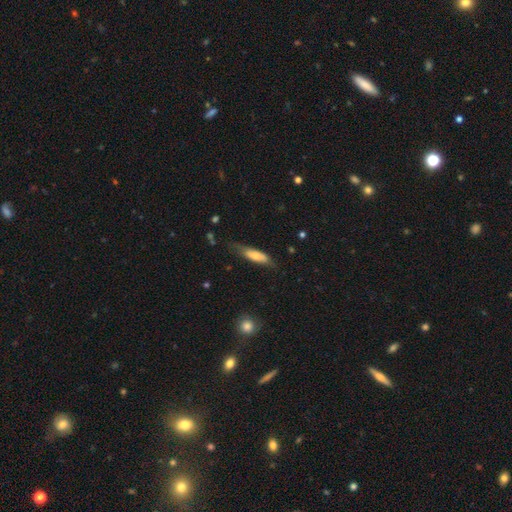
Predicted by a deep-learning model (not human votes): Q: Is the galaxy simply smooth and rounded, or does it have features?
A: smooth — 69%.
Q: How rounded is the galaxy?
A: cigar-shaped — 55%.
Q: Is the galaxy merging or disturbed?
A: none — 57%.